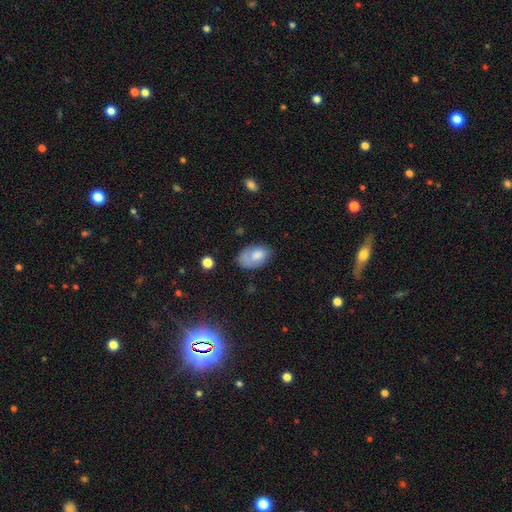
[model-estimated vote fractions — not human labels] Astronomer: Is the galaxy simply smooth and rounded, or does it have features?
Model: smooth — 75%.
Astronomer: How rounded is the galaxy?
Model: in between — 92%.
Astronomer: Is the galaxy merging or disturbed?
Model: none — 57%.